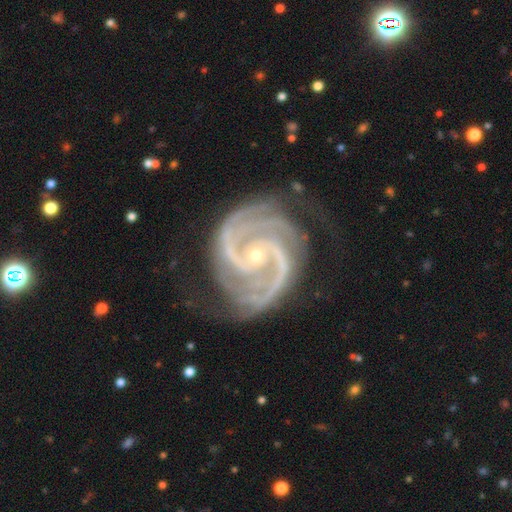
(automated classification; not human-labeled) This is clearly a featured or disk galaxy (94%). It is clearly not viewed edge-on (98%). Bar: possibly no (54%). Spiral arm pattern: clearly yes (99%). Spiral arm count: possibly 2 (60%). Spiral winding: possibly tight (53%). Central bulge: clearly small (82%). Merging: likely none (70%).